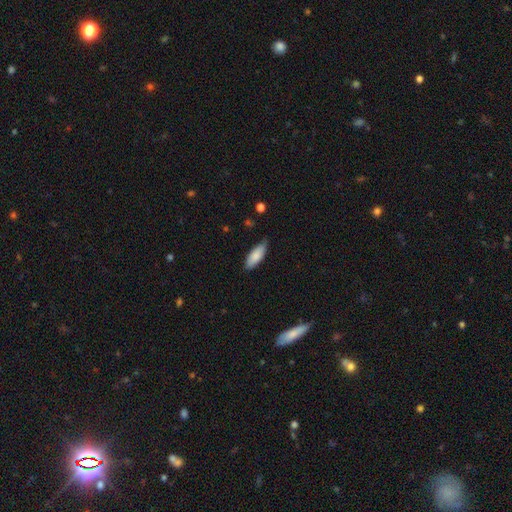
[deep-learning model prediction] Morphology: type=smooth (84%); roundness=in between (69%); merging=none (74%).